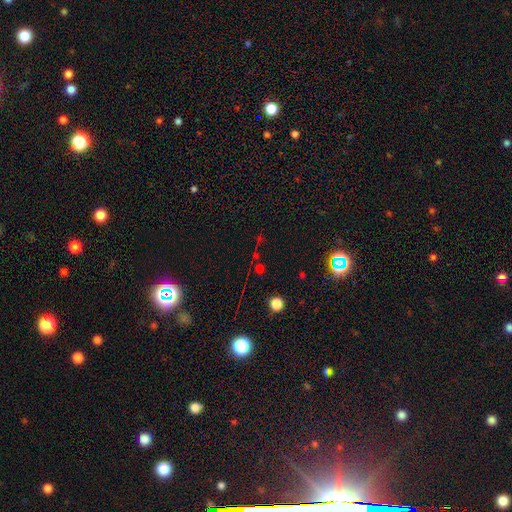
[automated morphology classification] The model was most divided on "smooth or featured": star or artifact: 64%, smooth: 26%, featured or disk: 9%.